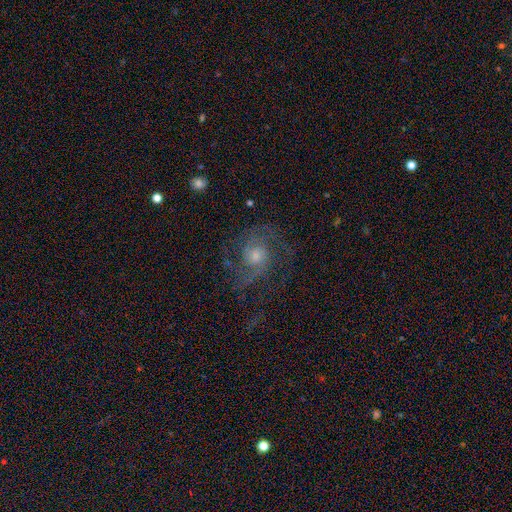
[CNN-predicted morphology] A featured or disk galaxy (79%) with no bar (71%), 2 (61%) medium (52%) spiral arms (94%) and a moderate central bulge (49%). Merging: none (68%).